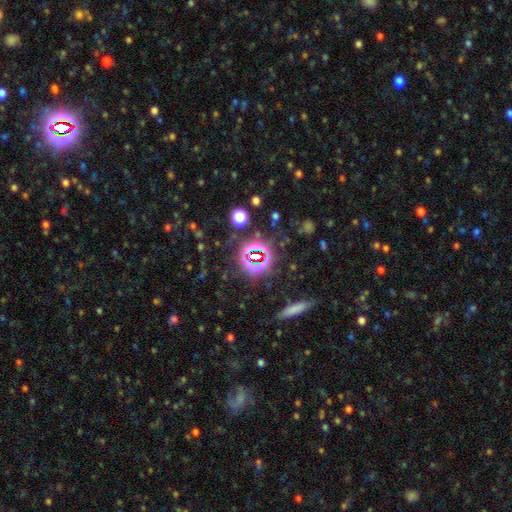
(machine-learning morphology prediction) This is likely a star or artifact rather than a galaxy (71%).